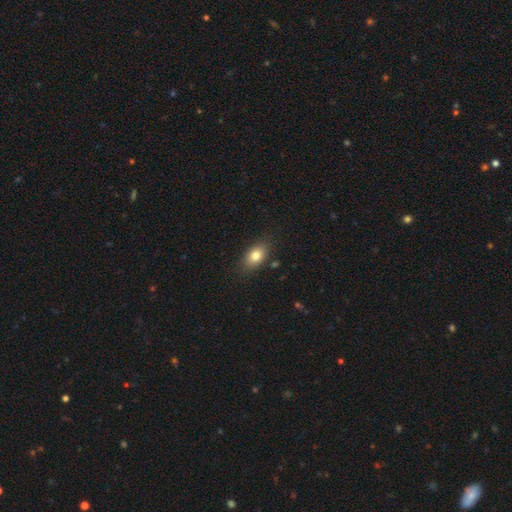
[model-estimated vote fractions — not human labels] Overall: smooth (80%). How rounded: in between (84%). Merging: none (82%).